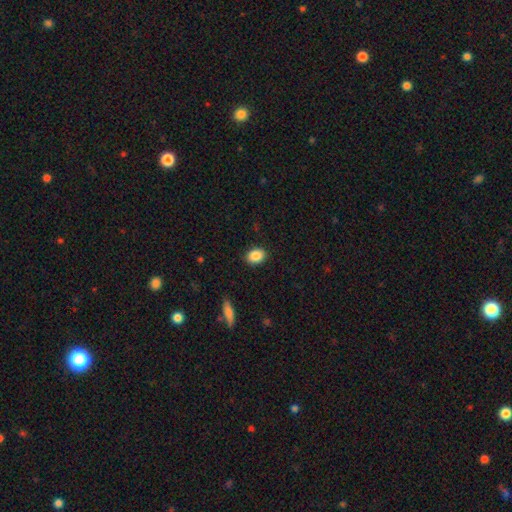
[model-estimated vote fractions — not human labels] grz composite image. It shows a smooth galaxy with no disk features (87%) that is in between round and cigar-shaped (65%). Merging: none (90%).